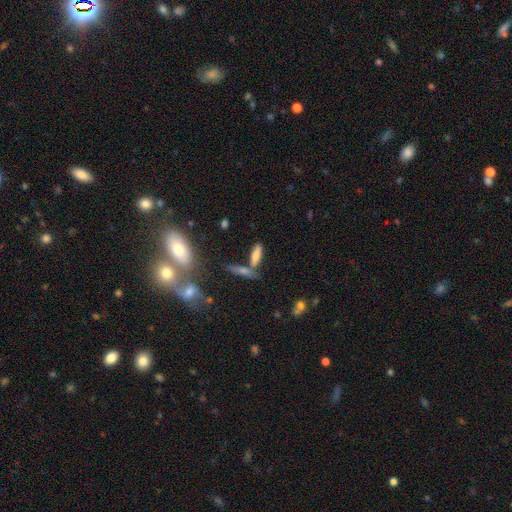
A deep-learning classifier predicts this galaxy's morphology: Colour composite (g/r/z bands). It shows a smooth galaxy with no disk features (73%) that is cigar-shaped (52%). Merging: none (52%).